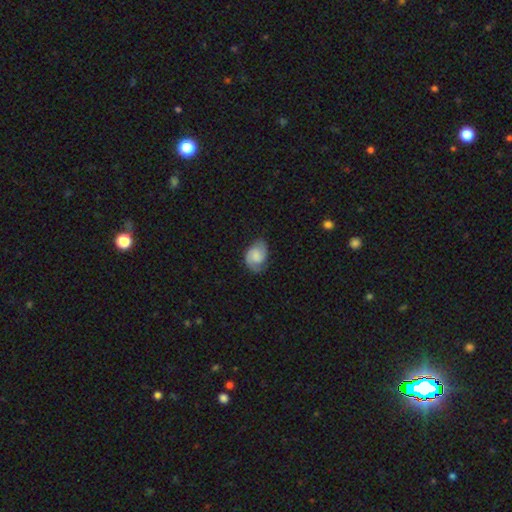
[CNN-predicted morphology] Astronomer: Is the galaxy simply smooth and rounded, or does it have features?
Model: featured or disk — 65%.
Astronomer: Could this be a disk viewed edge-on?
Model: no — 98%.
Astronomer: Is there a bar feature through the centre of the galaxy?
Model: no — 48% (runner-up: weak, 43%).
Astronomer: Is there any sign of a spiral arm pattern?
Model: yes — 94%.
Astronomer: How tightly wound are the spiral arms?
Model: medium — 49% (runner-up: tight, 33%).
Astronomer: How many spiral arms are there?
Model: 2 — 86%.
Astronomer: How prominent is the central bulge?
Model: none — 39% (runner-up: small, 24%).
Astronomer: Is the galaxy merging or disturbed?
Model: none — 73%.